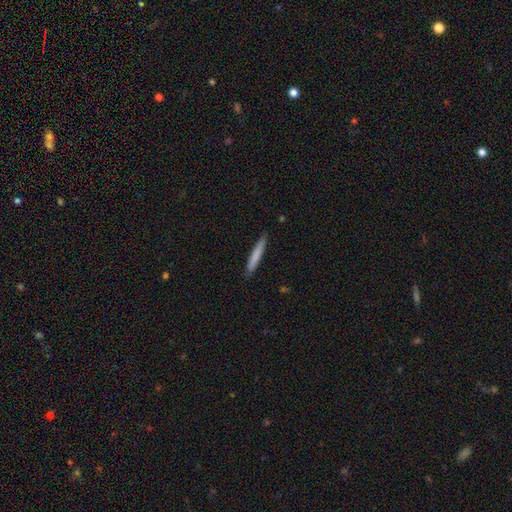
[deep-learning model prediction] This is likely a smooth galaxy (77%). How rounded: clearly cigar-shaped (95%). Merging: clearly none (89%).